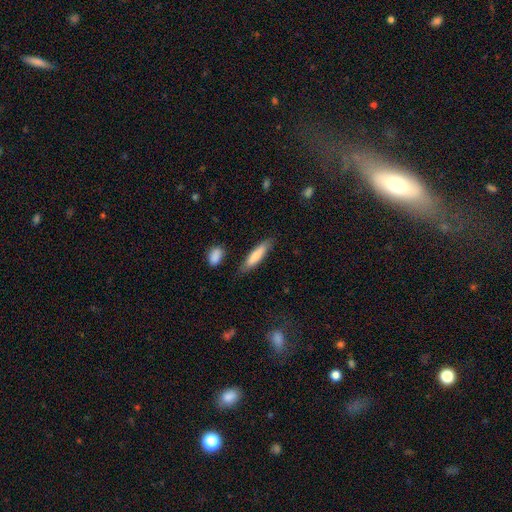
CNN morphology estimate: Smooth or featured?
  - smooth: 78% *
  - featured or disk: 16%
  - star or artifact: 6%
How rounded?
  - cigar-shaped: 74% *
  - in between: 25%
  - round: 2%
Merging?
  - none: 80% *
  - minor disturbance: 14%
  - major disturbance: 3%
  - merger: 3%